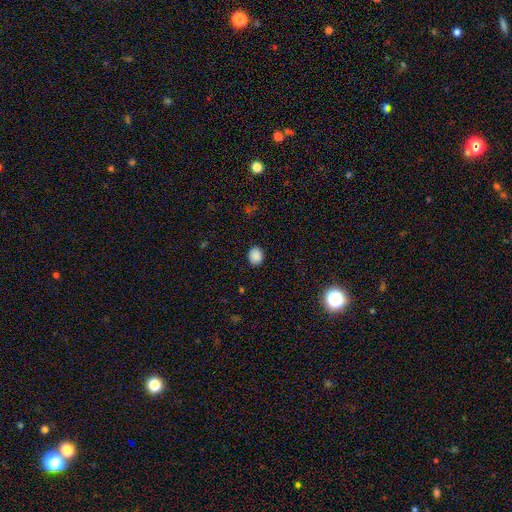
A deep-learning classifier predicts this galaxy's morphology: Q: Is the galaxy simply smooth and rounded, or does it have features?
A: smooth — 88%.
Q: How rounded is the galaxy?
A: round — 59%.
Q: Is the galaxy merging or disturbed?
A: none — 89%.